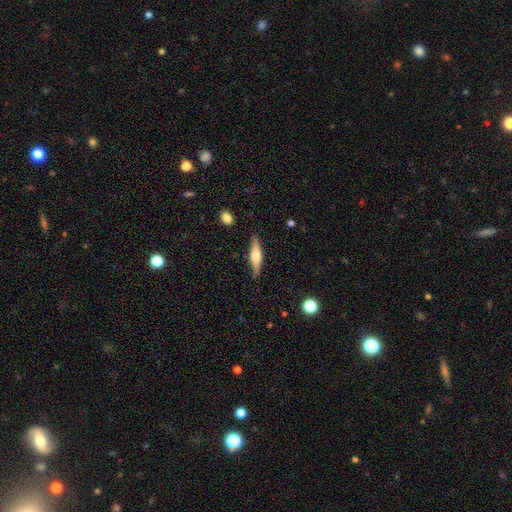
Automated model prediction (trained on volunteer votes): Smooth or featured? Predicted: featured or disk (p=0.58). Edge-on disk? Predicted: yes (p=0.96). Edge-on bulge? Predicted: rounded (p=0.83). Merging? Predicted: none (p=0.85).